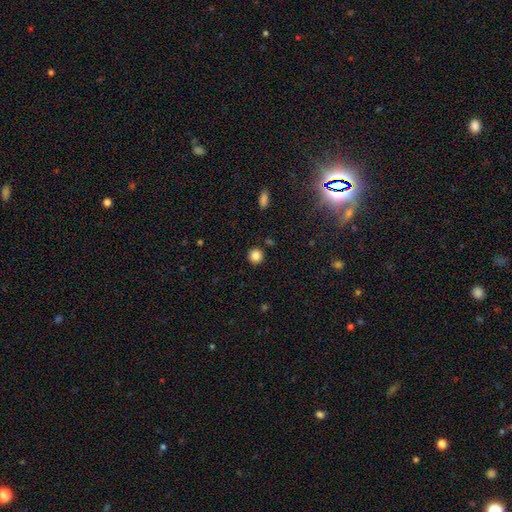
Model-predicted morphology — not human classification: Smooth or featured?
  - smooth: 85% *
  - star or artifact: 11%
  - featured or disk: 4%
How rounded?
  - round: 94% *
  - in between: 5%
  - cigar-shaped: 1%
Merging?
  - none: 90% *
  - minor disturbance: 6%
  - merger: 2%
  - major disturbance: 2%